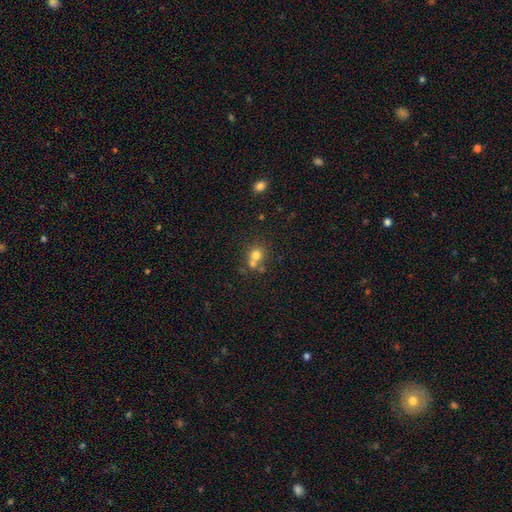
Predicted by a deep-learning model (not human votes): A smooth galaxy with no disk features (72%) that is round (84%).

Vote fractions:
- Smooth or featured? smooth: 72% / star or artifact: 15% / featured or disk: 14%
- How rounded? round: 84% / in between: 15% / cigar-shaped: 1%
- Merging? none: 47% / merger: 42% / minor disturbance: 8% / major disturbance: 3%